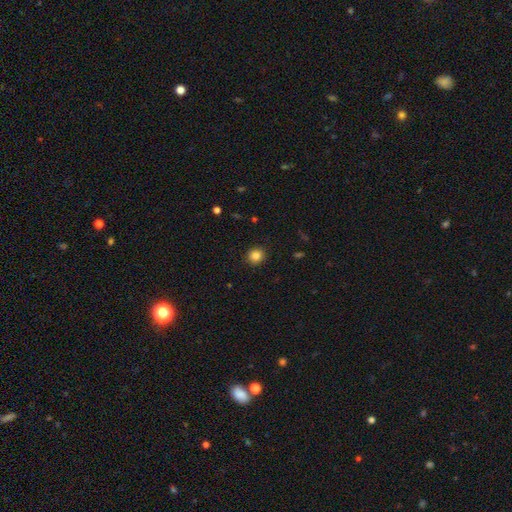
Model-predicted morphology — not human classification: A smooth galaxy with no disk features (84%) that is round (85%). Merging: none (91%).